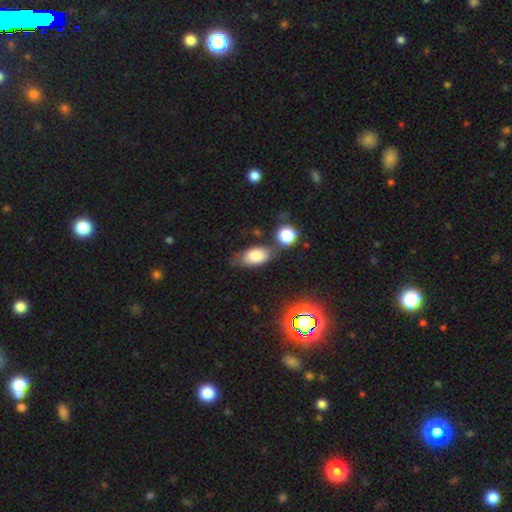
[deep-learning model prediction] A smooth galaxy with no disk features (77%) that is in between round and cigar-shaped (90%). Merging: none (59%).